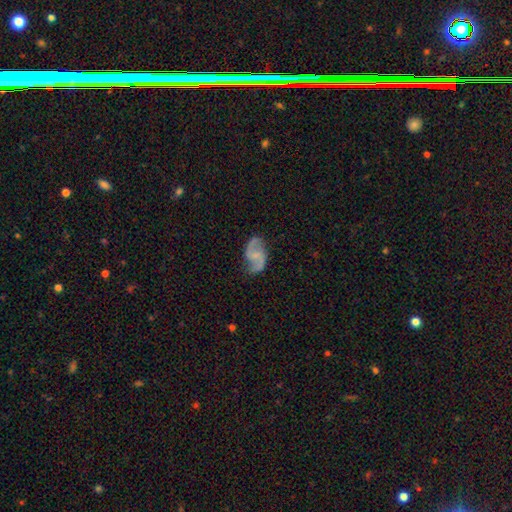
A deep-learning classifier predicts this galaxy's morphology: Smooth or featured: featured or disk — 85% (smooth — 10%)
Edge-on disk: no — 98% (yes — 2%)
Bar: weak — 45% (no — 40%)
Spiral arms: yes — 96% (no — 4%)
Spiral winding: loose — 51% (medium — 40%)
Spiral arm count: 2 — 93% (can't tell — 2%)
Bulge size: none — 47% (small — 38%)
Merging: none — 76% (minor disturbance — 16%)